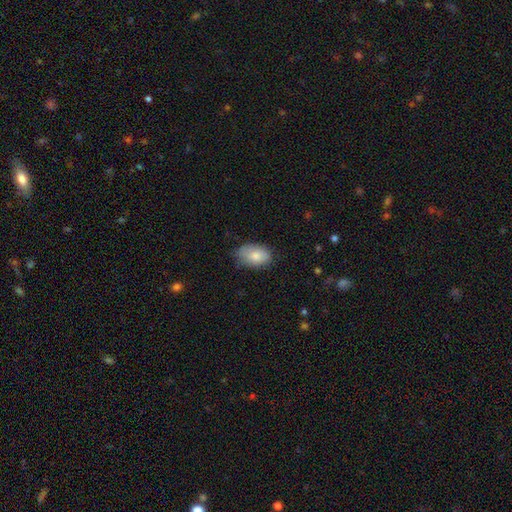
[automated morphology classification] smooth-or-featured: smooth: 82% | featured or disk: 11% | star or artifact: 7%
  how-rounded: in between: 89% | round: 9% | cigar-shaped: 1%
  merging: none: 69% | minor disturbance: 25% | major disturbance: 5% | merger: 1%